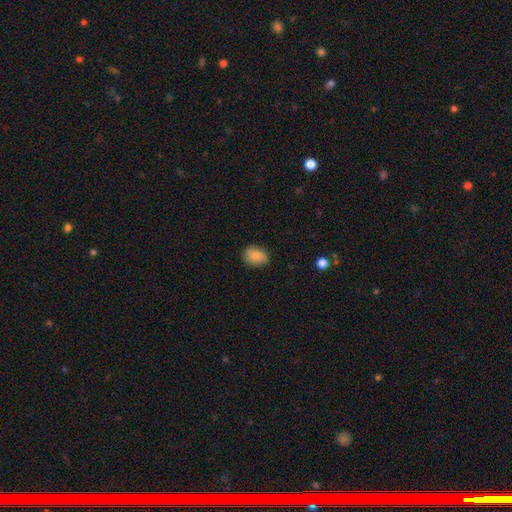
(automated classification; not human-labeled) The model was most divided on "how rounded": in between: 61%, round: 38%, cigar-shaped: 1%. More confident: smooth or featured — smooth (83%); merging — none (80%).